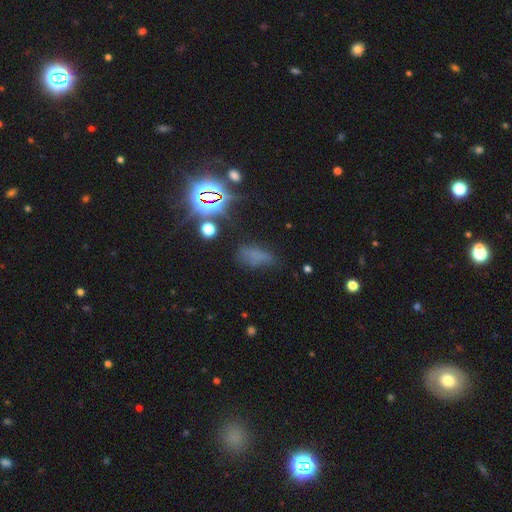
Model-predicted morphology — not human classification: smooth-or-featured: smooth: 48% | star or artifact: 38% | featured or disk: 14%
  merging: none: 57% | minor disturbance: 23% | major disturbance: 15% | merger: 5%